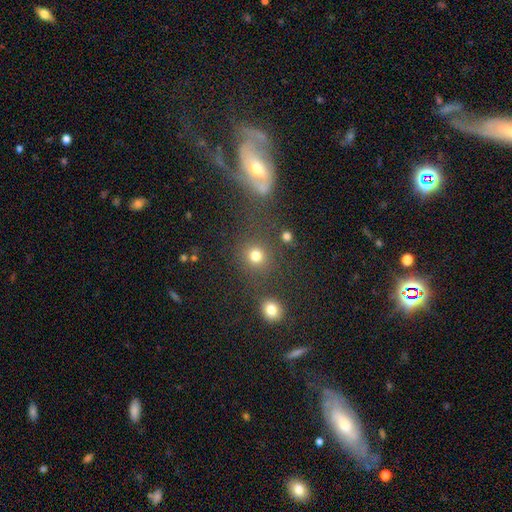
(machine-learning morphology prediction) smooth-or-featured: smooth: 77% | star or artifact: 17% | featured or disk: 6%
  how-rounded: round: 88% | in between: 10% | cigar-shaped: 1%
  merging: none: 77% | merger: 9% | minor disturbance: 8% | major disturbance: 5%